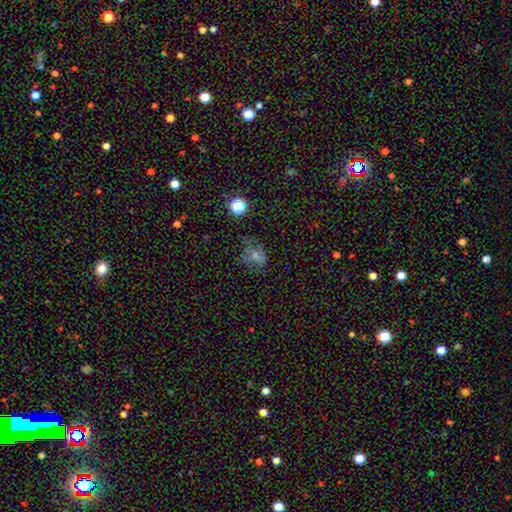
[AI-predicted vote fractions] The model was most divided on "merging": none: 43%, minor disturbance: 28%, major disturbance: 24%, merger: 5%. More confident: how rounded — in between (69%); smooth or featured — smooth (58%).